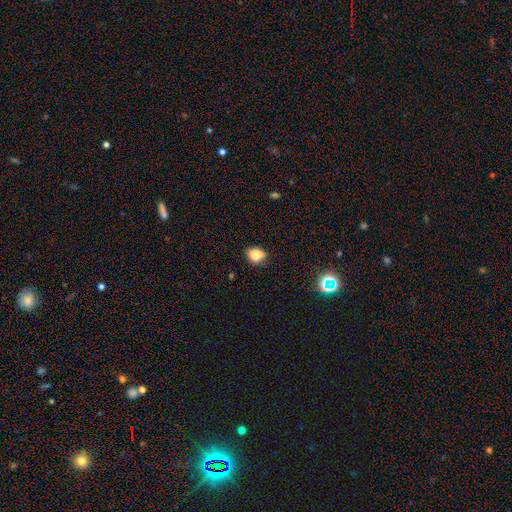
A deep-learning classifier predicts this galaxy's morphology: Smooth or featured? Predicted: smooth (p=0.78). How rounded? Predicted: round (p=0.53). Merging? Predicted: none (p=0.76).